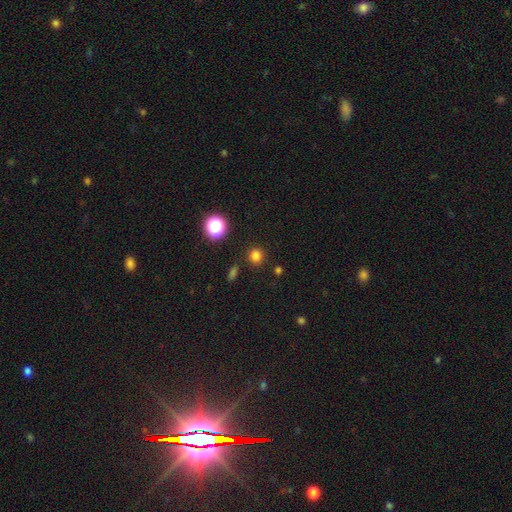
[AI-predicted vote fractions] The model was most divided on "smooth or featured": smooth: 77%, star or artifact: 19%, featured or disk: 4%. More confident: how rounded — round (90%); merging — none (87%).